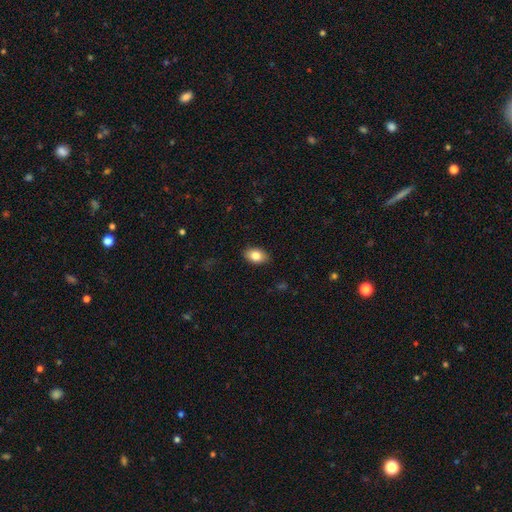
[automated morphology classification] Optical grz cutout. It shows a smooth galaxy with no disk features (83%) that is in between round and cigar-shaped (85%). Merging: none (87%).